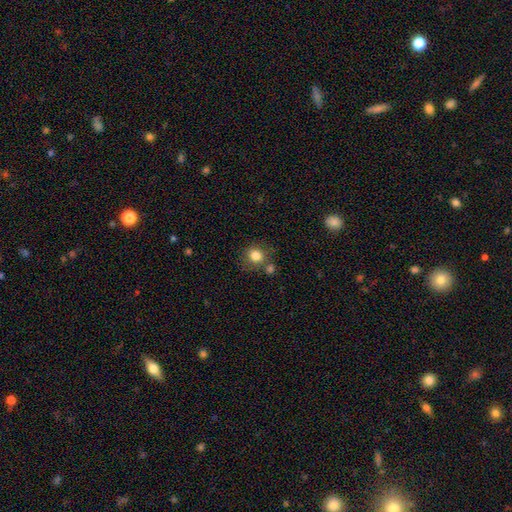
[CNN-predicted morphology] This is clearly a smooth galaxy (83%). How rounded: clearly round (82%). Merging: likely none (68%).